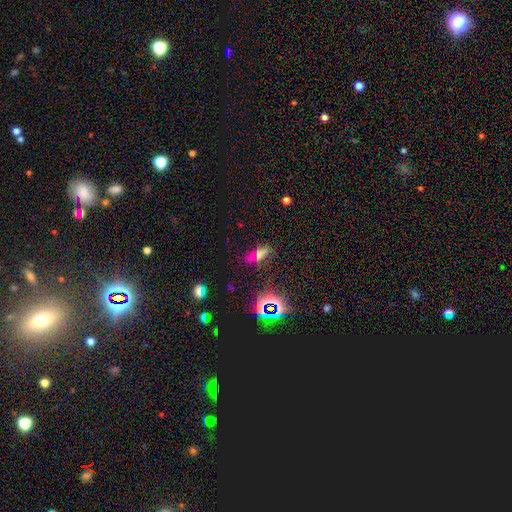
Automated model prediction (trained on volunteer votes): This is possibly a smooth galaxy (48%). Merging: likely none (71%).